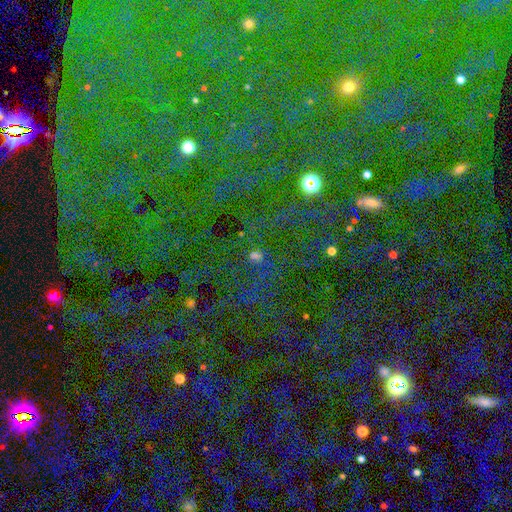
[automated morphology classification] This is likely a star or artifact rather than a galaxy (72%).